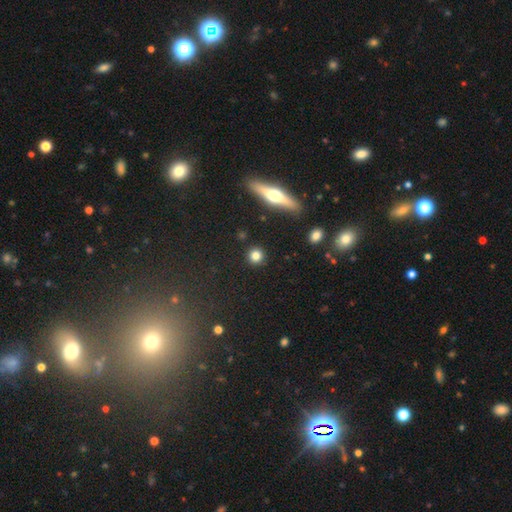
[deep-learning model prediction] Q: Smooth or featured?
A: smooth (81%); runner-up: star or artifact (11%)
Q: How rounded?
A: round (93%); runner-up: in between (5%)
Q: Merging?
A: none (91%); runner-up: minor disturbance (5%)